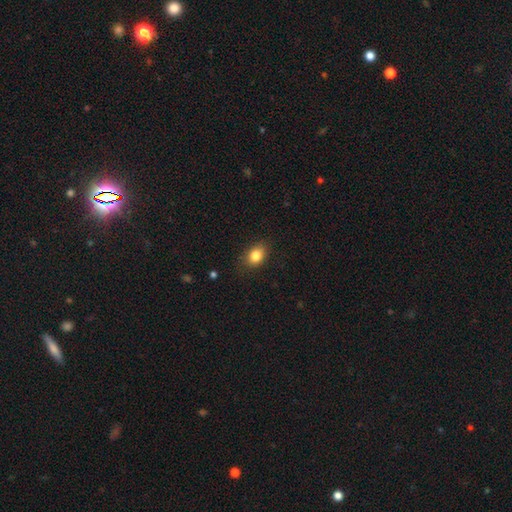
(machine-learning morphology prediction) This is clearly a smooth galaxy (84%). How rounded: likely in between (71%). Merging: clearly none (84%).